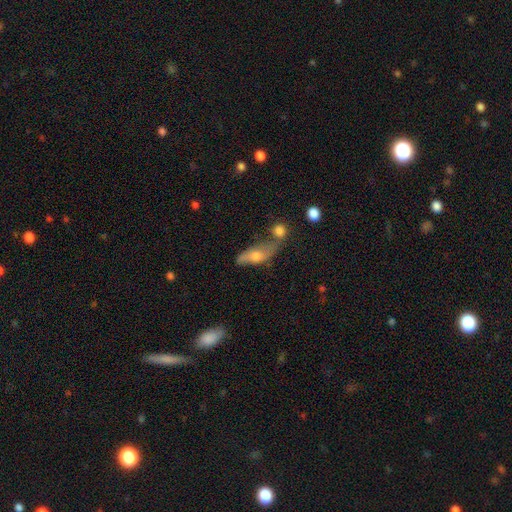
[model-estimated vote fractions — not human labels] Overall: smooth (46%; featured or disk 45%). Merging: none (46%; minor disturbance 22%).